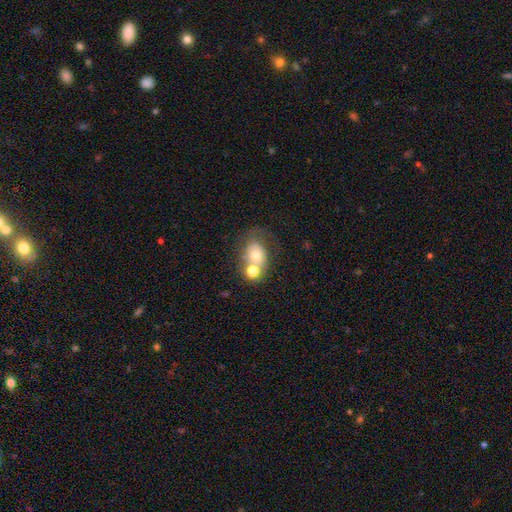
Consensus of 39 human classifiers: Overall: smooth (82%). How rounded: round (59%; in between 41%). Merging: merger (51%; none 24%).